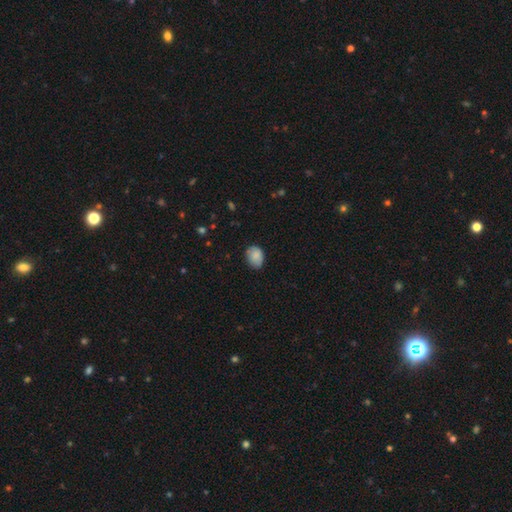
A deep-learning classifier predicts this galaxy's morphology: smooth 84%, featured or disk 9%, star or artifact 7%. Down the decision tree: how rounded — in between (67%); merging — none (70%).